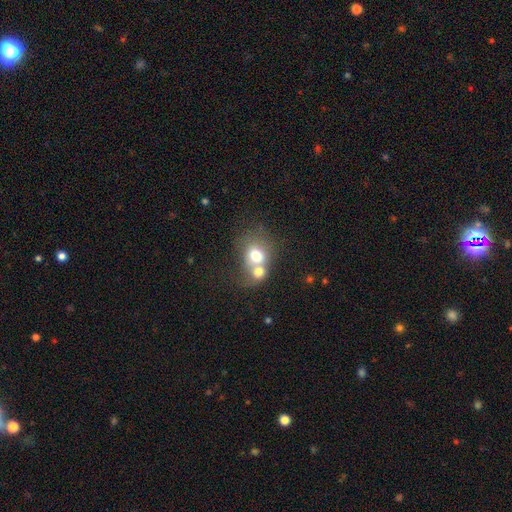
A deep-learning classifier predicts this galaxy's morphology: type=smooth (70%); roundness=round (61%); merging=merger (65%).